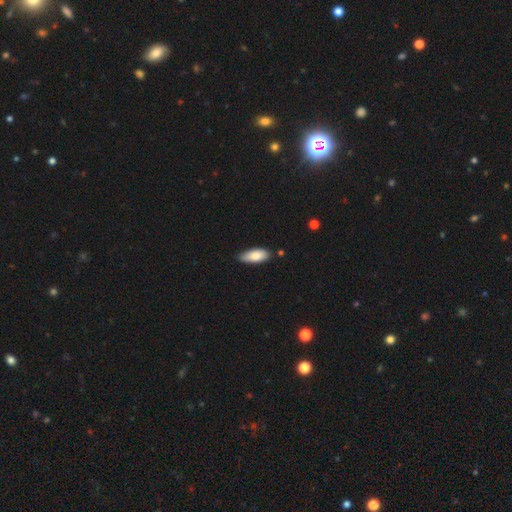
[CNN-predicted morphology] smooth_or_featured: smooth (p=0.82) [alt: featured or disk p=0.12]
how_rounded: in between (p=0.81) [alt: cigar-shaped p=0.17]
merging: none (p=0.74) [alt: minor disturbance p=0.21]